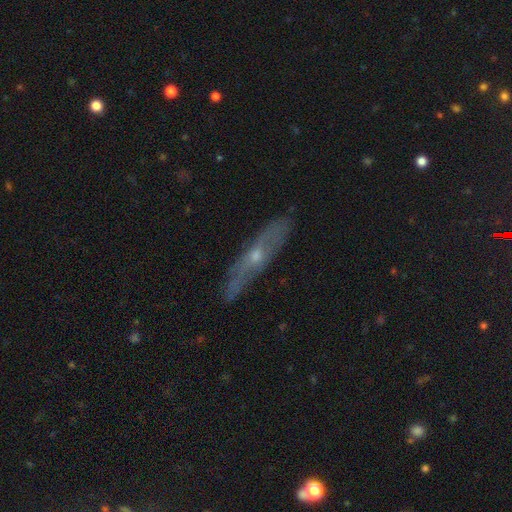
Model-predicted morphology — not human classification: Smooth or featured: featured or disk — 67% (smooth — 26%)
Edge-on disk: yes — 70% (no — 30%)
Merging: none — 81% (minor disturbance — 14%)